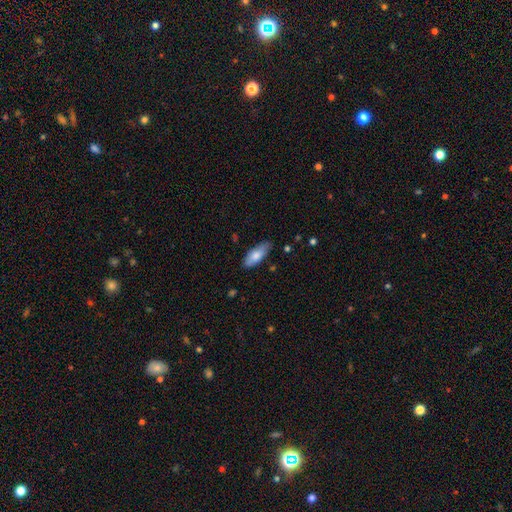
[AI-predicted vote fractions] This is likely a smooth galaxy (77%). How rounded: likely in between (79%). Merging: likely none (75%).